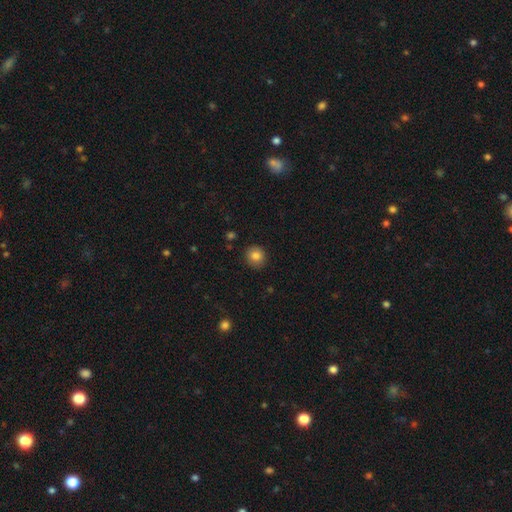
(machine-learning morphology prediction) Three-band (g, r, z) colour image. It shows a smooth galaxy with no disk features (83%) that is round (86%). Merging: none (89%).